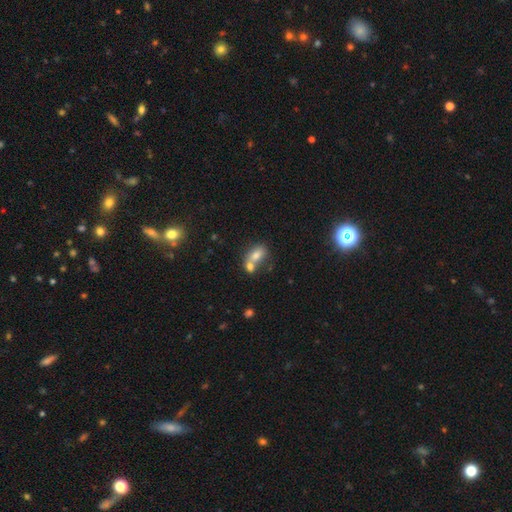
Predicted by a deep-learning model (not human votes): A smooth galaxy with no disk features (74%) that is in between round and cigar-shaped (78%).

Vote fractions:
- Smooth or featured? smooth: 74% / featured or disk: 15% / star or artifact: 11%
- How rounded? in between: 78% / round: 20% / cigar-shaped: 3%
- Merging? merger: 59% / none: 28% / minor disturbance: 9% / major disturbance: 4%